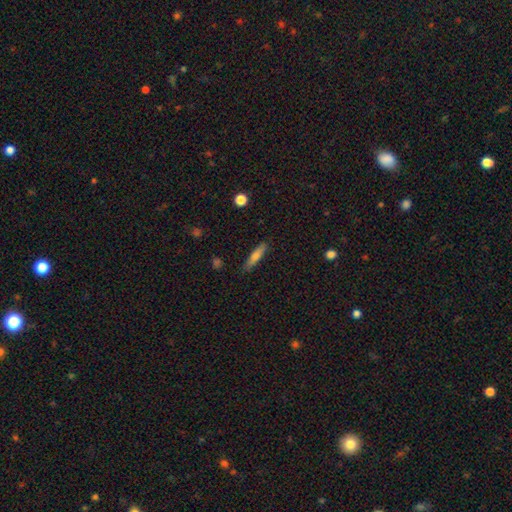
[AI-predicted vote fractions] smooth_or_featured: smooth (p=0.68) [alt: featured or disk p=0.25]
how_rounded: cigar-shaped (p=0.84) [alt: in between p=0.14]
merging: none (p=0.86) [alt: minor disturbance p=0.10]